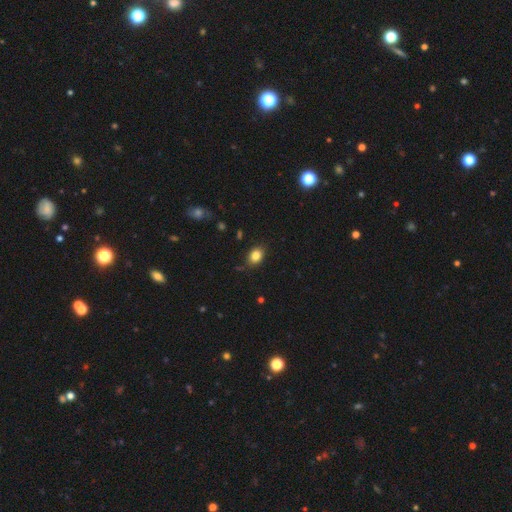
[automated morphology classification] Q: Smooth or featured?
A: smooth (83%); runner-up: star or artifact (10%)
Q: How rounded?
A: in between (66%); runner-up: round (33%)
Q: Merging?
A: none (81%); runner-up: minor disturbance (14%)